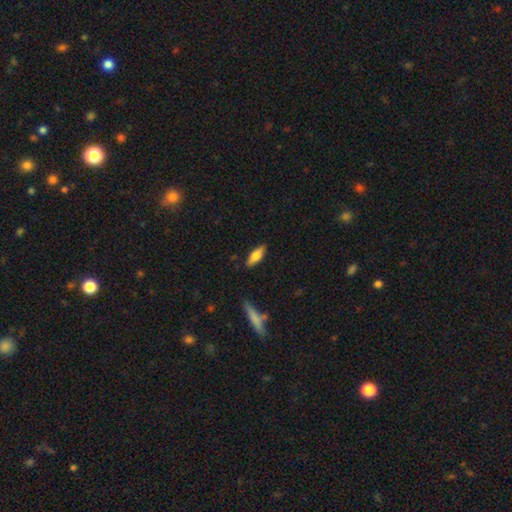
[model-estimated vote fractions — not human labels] Morphology: type=smooth (69%); roundness=in between (60%); merging=none (86%).